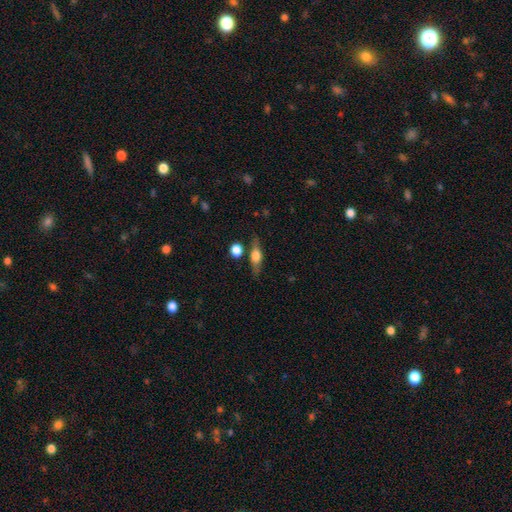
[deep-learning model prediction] This is possibly a featured or disk galaxy (50%). Merging: likely none (75%).